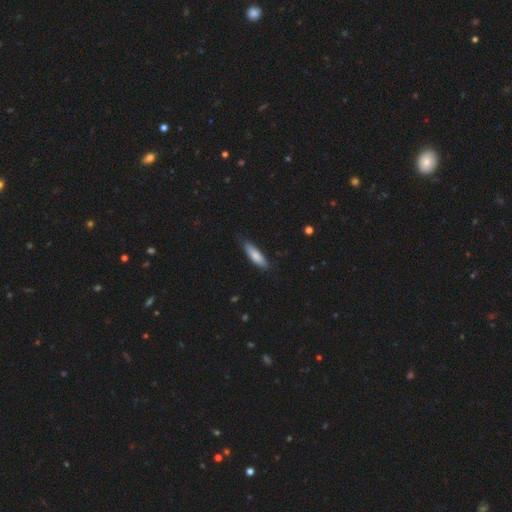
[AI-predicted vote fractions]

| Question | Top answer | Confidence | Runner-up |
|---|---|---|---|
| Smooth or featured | smooth | 78% | featured or disk (17%) |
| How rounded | cigar-shaped | 61% | in between (37%) |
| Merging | none | 78% | minor disturbance (18%) |